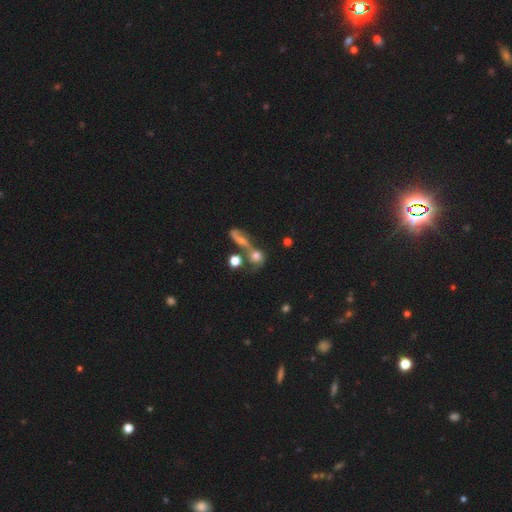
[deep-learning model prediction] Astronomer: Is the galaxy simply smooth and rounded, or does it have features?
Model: smooth — 55% (runner-up: featured or disk, 31%).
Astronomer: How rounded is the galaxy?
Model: round — 79%.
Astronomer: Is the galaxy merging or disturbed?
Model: merger — 45% (runner-up: none, 31%).